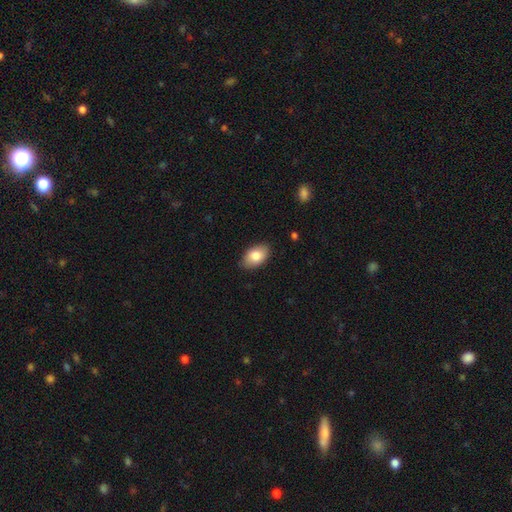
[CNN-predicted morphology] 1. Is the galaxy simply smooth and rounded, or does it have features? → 83% smooth, 11% featured or disk, 6% star or artifact.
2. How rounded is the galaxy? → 93% in between, 6% round, 1% cigar-shaped.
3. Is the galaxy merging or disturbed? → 86% none, 10% minor disturbance, 2% major disturbance, 1% merger.